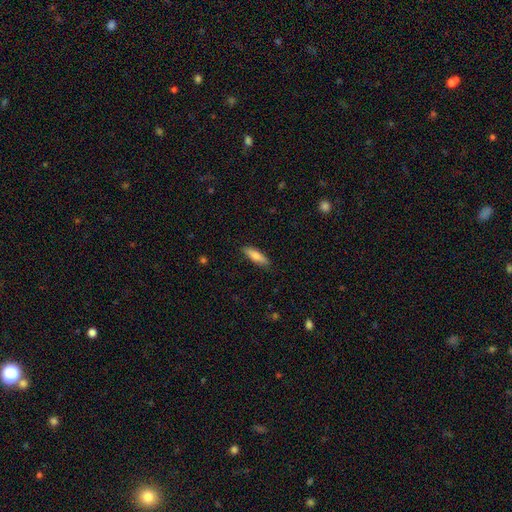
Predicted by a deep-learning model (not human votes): Morphology: type=smooth (79%); roundness=cigar-shaped (60%); merging=none (87%).